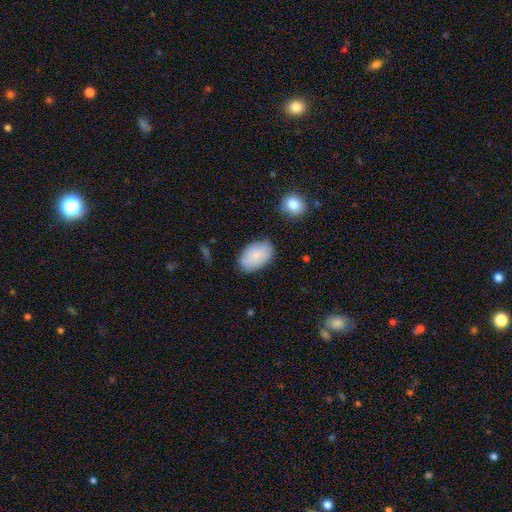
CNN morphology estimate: smooth_or_featured: smooth (p=0.74) [alt: featured or disk p=0.19]
how_rounded: in between (p=0.91) [alt: round p=0.08]
merging: none (p=0.76) [alt: minor disturbance p=0.18]